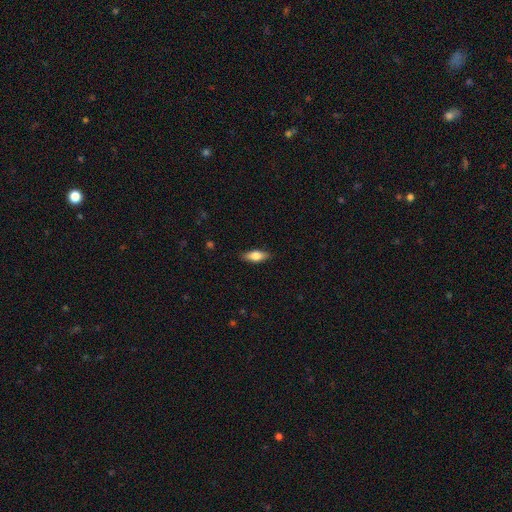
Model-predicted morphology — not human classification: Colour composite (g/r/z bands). It shows a smooth galaxy with no disk features (74%) that is in between round and cigar-shaped (75%). Merging: none (87%).